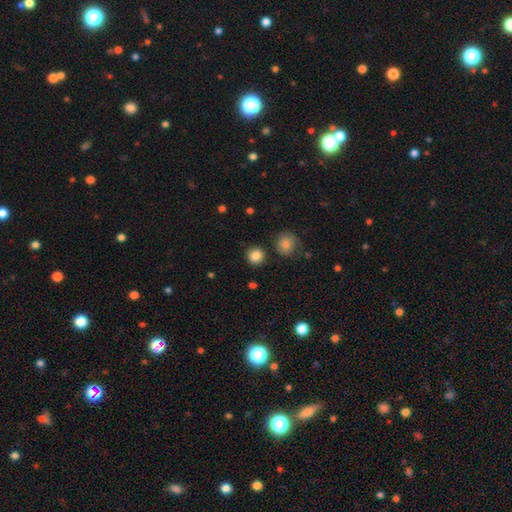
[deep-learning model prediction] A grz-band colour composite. It shows a smooth galaxy with no disk features (85%) that is round (90%). Merging: none (88%).